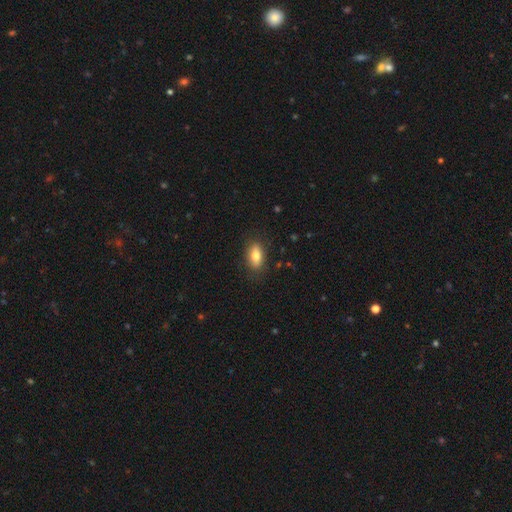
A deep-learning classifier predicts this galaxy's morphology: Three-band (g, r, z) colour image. It shows a smooth galaxy with no disk features (75%) that is in between round and cigar-shaped (84%). Merging: none (85%).